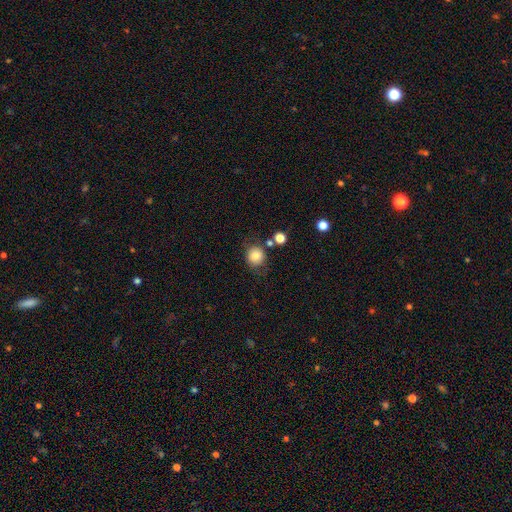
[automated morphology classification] smooth_or_featured: smooth (p=0.82) [alt: star or artifact p=0.11]
how_rounded: round (p=0.84) [alt: in between p=0.15]
merging: none (p=0.73) [alt: minor disturbance p=0.14]